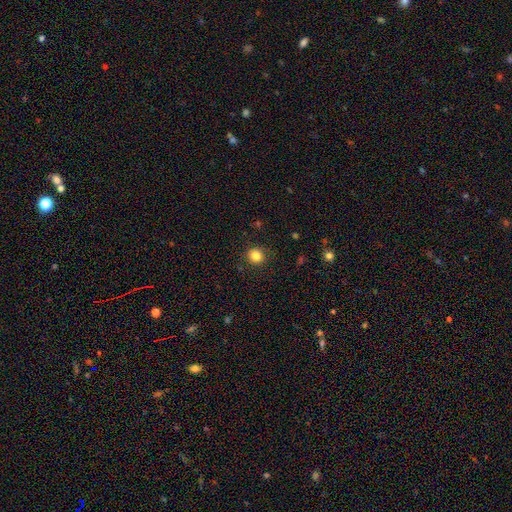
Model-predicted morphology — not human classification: Overall: smooth (84%). How rounded: round (89%). Merging: none (90%).